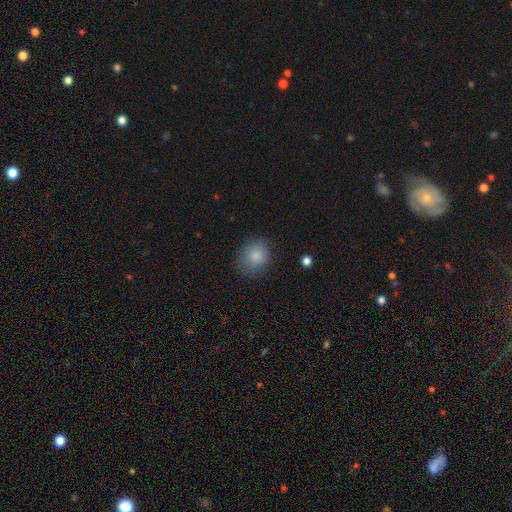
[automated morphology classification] Smooth or featured: smooth — 85% (star or artifact — 9%)
How rounded: round — 66% (in between — 33%)
Merging: none — 77% (minor disturbance — 16%)